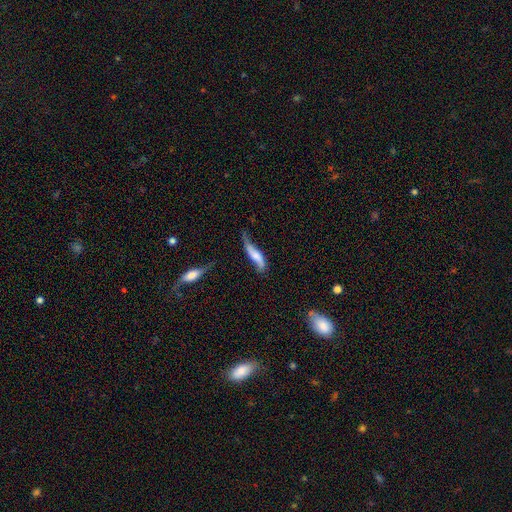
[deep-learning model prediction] Smooth or featured? featured or disk (48%)
Merging? none (36%)